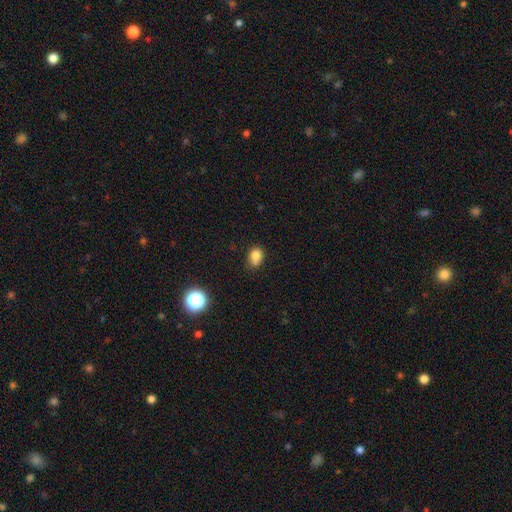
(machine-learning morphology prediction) Overall: smooth (79%). How rounded: in between (56%; round 43%). Merging: none (52%; minor disturbance 29%).